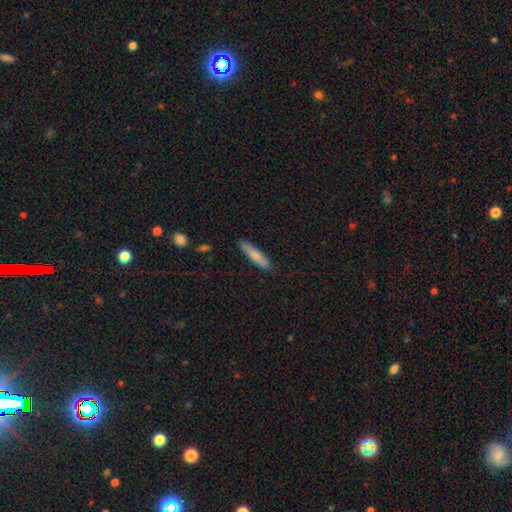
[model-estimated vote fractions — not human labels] A smooth galaxy with no disk features (76%) that is cigar-shaped (84%).

Vote fractions:
- Smooth or featured? smooth: 76% / featured or disk: 18% / star or artifact: 6%
- How rounded? cigar-shaped: 84% / in between: 14% / round: 1%
- Merging? none: 86% / minor disturbance: 11% / major disturbance: 2% / merger: 1%